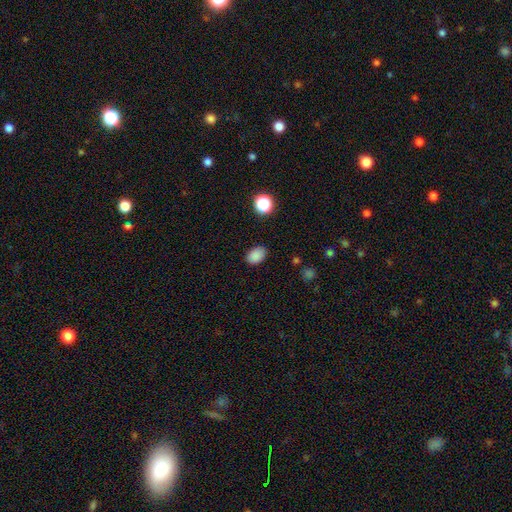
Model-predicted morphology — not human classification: smooth-or-featured: smooth: 86% | star or artifact: 10% | featured or disk: 4%
  how-rounded: in between: 80% | round: 19% | cigar-shaped: 1%
  merging: none: 85% | minor disturbance: 11% | major disturbance: 3% | merger: 1%